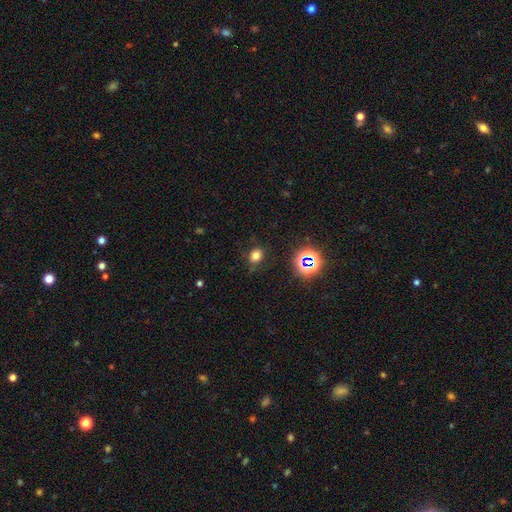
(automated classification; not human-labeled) This appears to be a smooth galaxy with no disk features (71%) that is round (59%). Merging: none (80%).